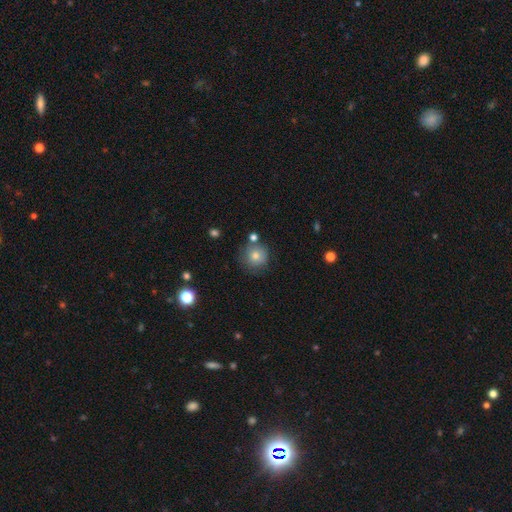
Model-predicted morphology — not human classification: A smooth galaxy with no disk features (78%) that is round (93%).

Vote fractions:
- Smooth or featured? smooth: 78% / featured or disk: 11% / star or artifact: 11%
- How rounded? round: 93% / in between: 6% / cigar-shaped: 1%
- Merging? none: 75% / minor disturbance: 13% / merger: 8% / major disturbance: 4%